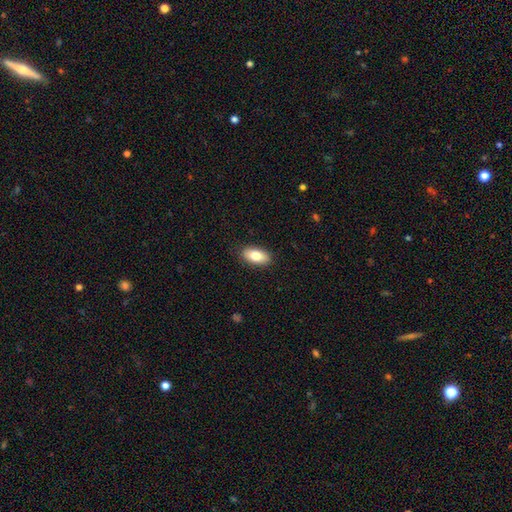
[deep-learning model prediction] Smooth or featured: smooth — 81% (featured or disk — 13%)
How rounded: in between — 90% (cigar-shaped — 6%)
Merging: none — 89% (minor disturbance — 8%)